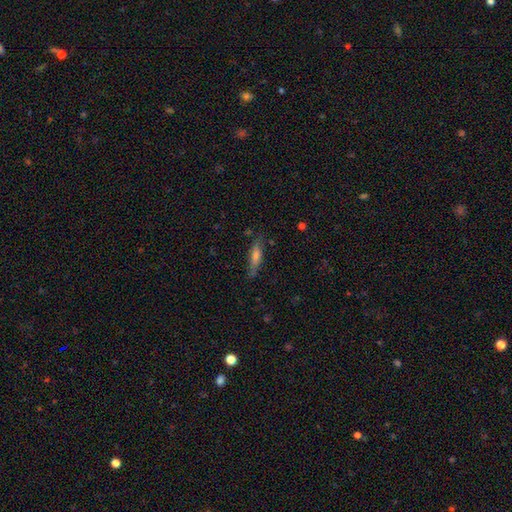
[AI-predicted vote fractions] Smooth or featured?
  - smooth: 47% *
  - featured or disk: 44%
  - star or artifact: 9%
Merging?
  - none: 79% *
  - minor disturbance: 15%
  - major disturbance: 4%
  - merger: 2%